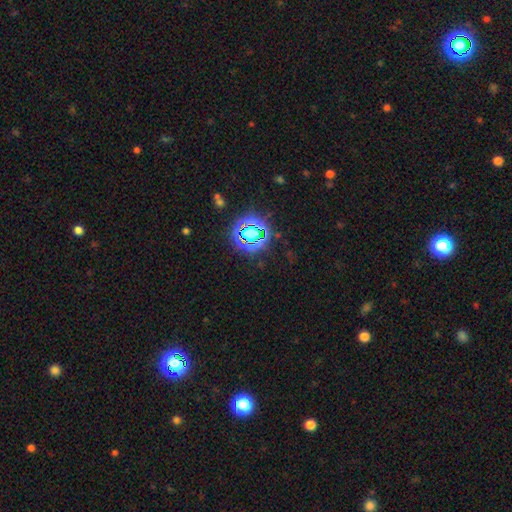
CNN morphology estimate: This is likely a star or artifact rather than a galaxy (76%).